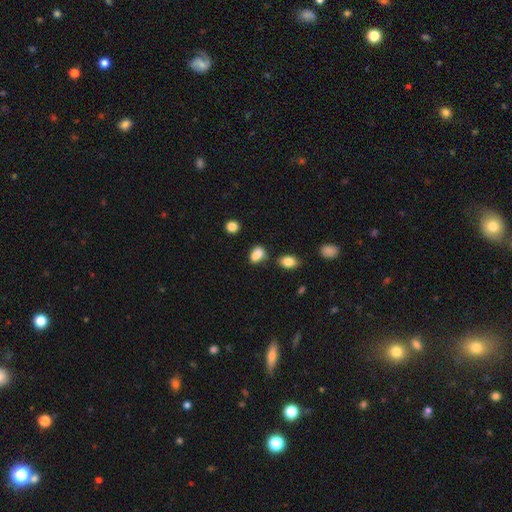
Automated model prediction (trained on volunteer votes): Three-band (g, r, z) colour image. It shows a smooth galaxy with no disk features (83%) that is in between round and cigar-shaped (81%). Merging: none (55%).